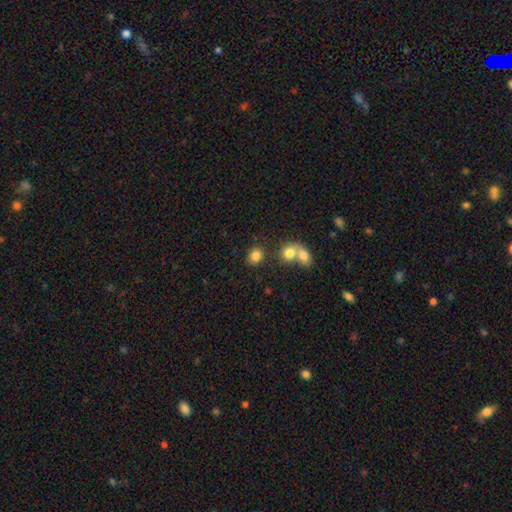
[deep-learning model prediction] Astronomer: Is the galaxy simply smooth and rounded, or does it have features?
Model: smooth — 83%.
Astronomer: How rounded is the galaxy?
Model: round — 57% (runner-up: in between, 42%).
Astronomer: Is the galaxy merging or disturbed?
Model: none — 65%.